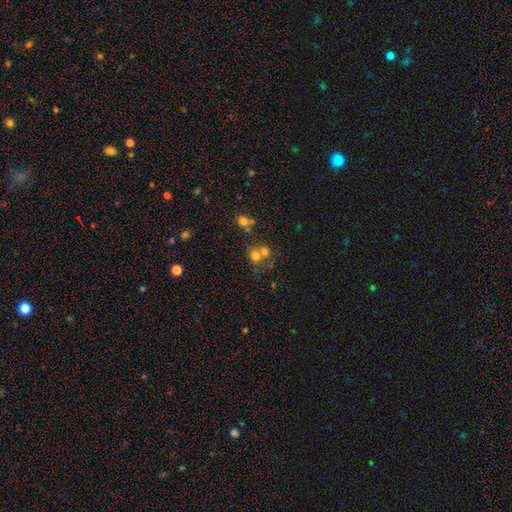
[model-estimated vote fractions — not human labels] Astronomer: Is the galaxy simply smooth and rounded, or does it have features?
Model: smooth — 67%.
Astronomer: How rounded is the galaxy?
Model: round — 78%.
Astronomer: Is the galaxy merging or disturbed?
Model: merger — 51% (runner-up: none, 39%).